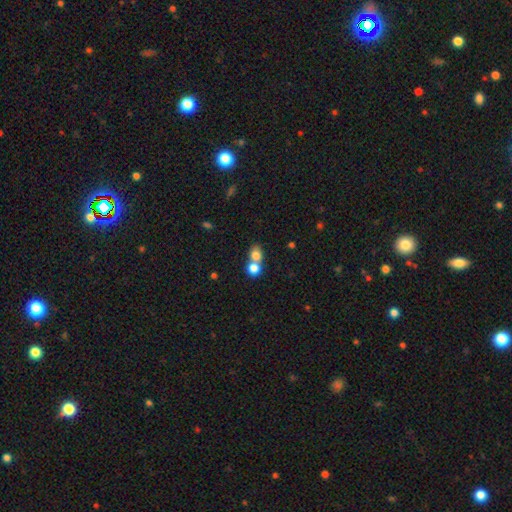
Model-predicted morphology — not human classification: Smooth or featured? smooth (78%)
How rounded? round (61%)
Merging? merger (59%)